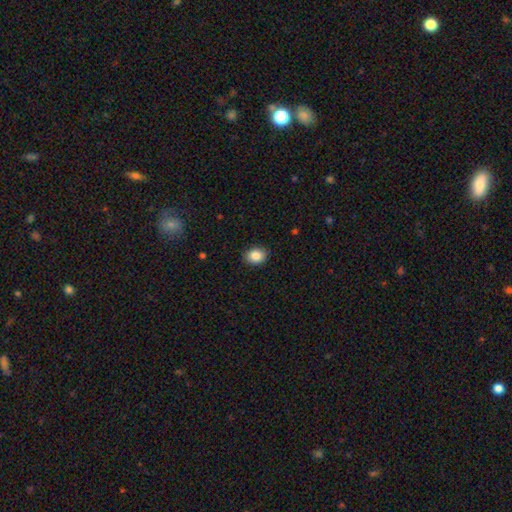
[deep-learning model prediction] Q: Smooth or featured?
A: smooth (87%); runner-up: star or artifact (8%)
Q: How rounded?
A: in between (59%); runner-up: round (40%)
Q: Merging?
A: none (88%); runner-up: minor disturbance (9%)